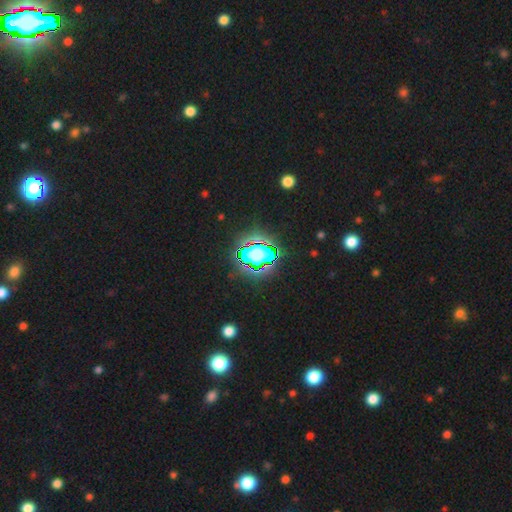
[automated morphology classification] A star or artifact, not a galaxy (65%).